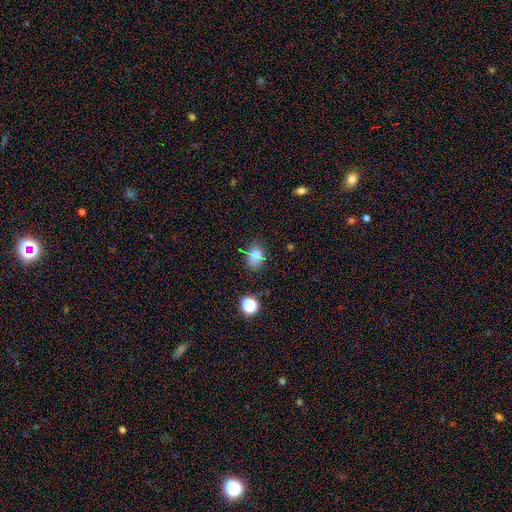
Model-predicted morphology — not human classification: smooth_or_featured: smooth (p=0.76) [alt: star or artifact p=0.16]
how_rounded: in between (p=0.60) [alt: round p=0.39]
merging: none (p=0.70) [alt: minor disturbance p=0.19]